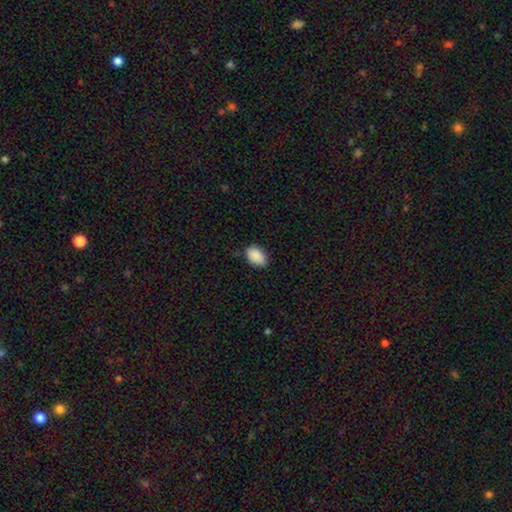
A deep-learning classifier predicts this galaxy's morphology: Q: Smooth or featured?
A: smooth (90%); runner-up: star or artifact (7%)
Q: How rounded?
A: in between (91%); runner-up: round (8%)
Q: Merging?
A: none (82%); runner-up: minor disturbance (14%)